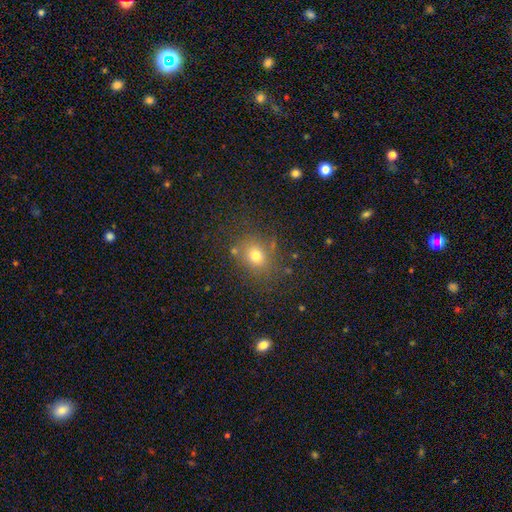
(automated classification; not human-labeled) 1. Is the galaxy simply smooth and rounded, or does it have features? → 72% smooth, 18% star or artifact, 9% featured or disk.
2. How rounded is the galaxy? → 61% round, 38% in between, 1% cigar-shaped.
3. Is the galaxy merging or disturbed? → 78% none, 13% minor disturbance, 5% major disturbance, 4% merger.